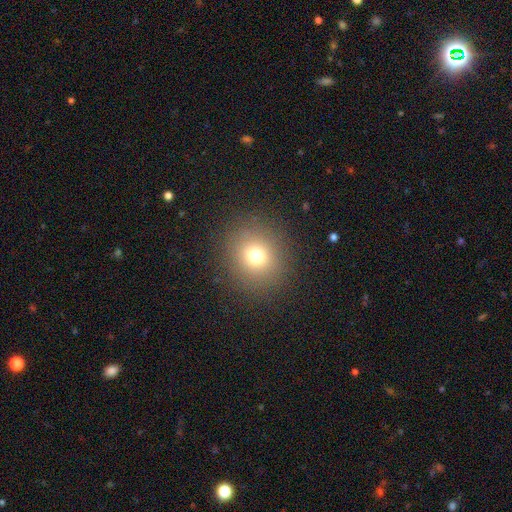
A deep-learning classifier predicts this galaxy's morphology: Smooth or featured? Predicted: smooth (p=0.72). How rounded? Predicted: round (p=0.86). Merging? Predicted: none (p=0.88).